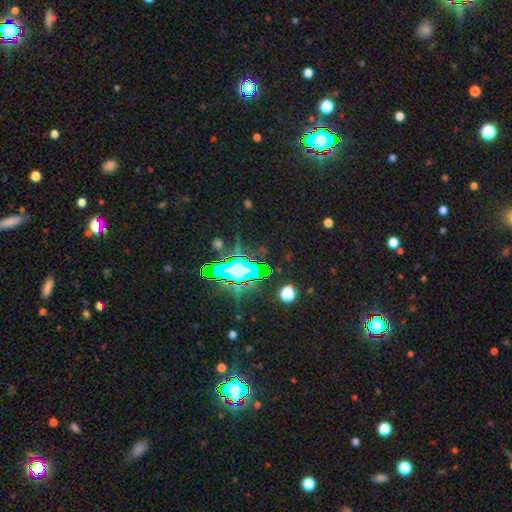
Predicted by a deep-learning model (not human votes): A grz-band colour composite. It shows a star or artifact, not a galaxy (75%).